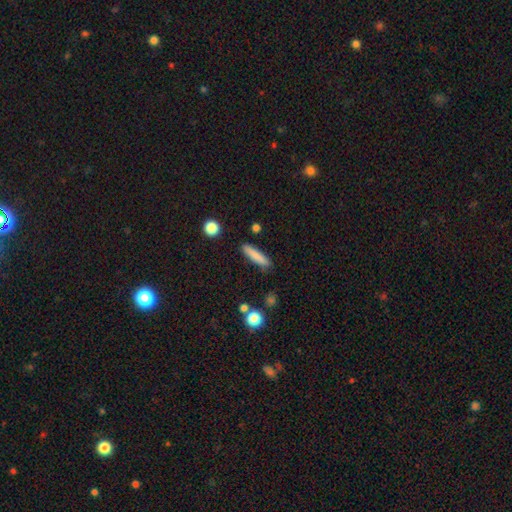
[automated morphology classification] Overall: smooth (82%). How rounded: cigar-shaped (85%). Merging: none (86%).